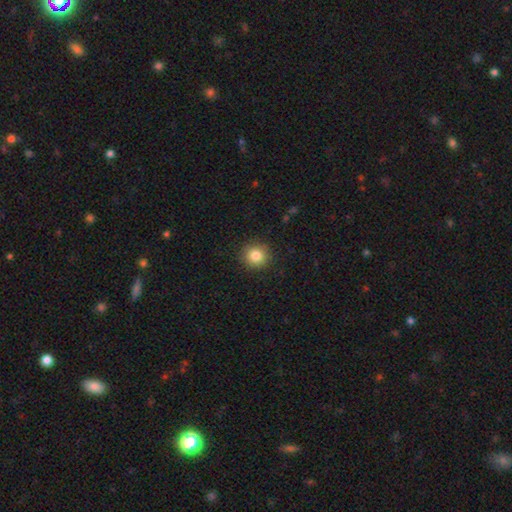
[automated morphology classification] This is clearly a smooth galaxy (84%). How rounded: clearly round (92%). Merging: clearly none (90%).